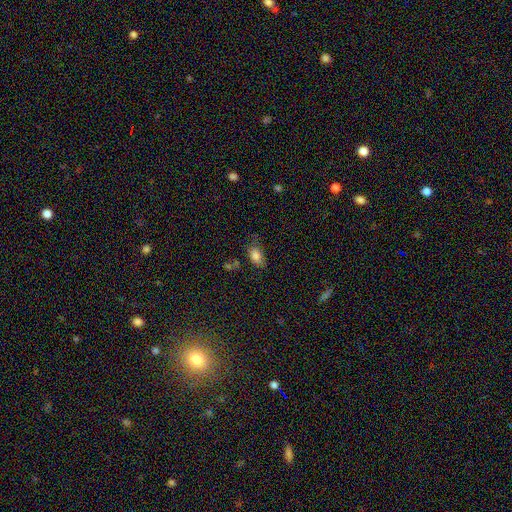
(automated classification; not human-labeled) Smooth or featured?
  - smooth: 81% *
  - star or artifact: 10%
  - featured or disk: 9%
How rounded?
  - in between: 84% *
  - round: 13%
  - cigar-shaped: 3%
Merging?
  - none: 59% *
  - minor disturbance: 27%
  - major disturbance: 9%
  - merger: 5%